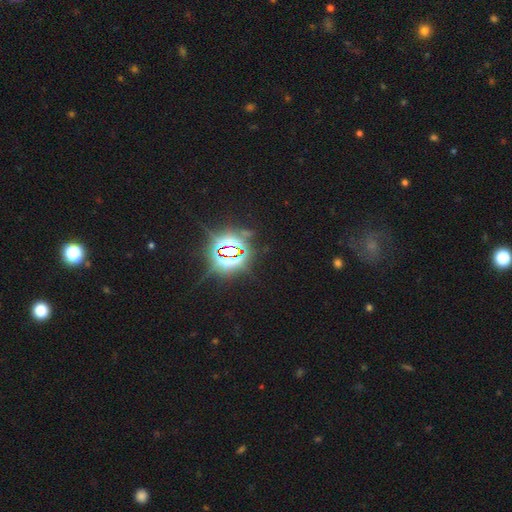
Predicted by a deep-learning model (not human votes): The model was most divided on "smooth or featured": star or artifact: 82%, smooth: 12%, featured or disk: 6%.